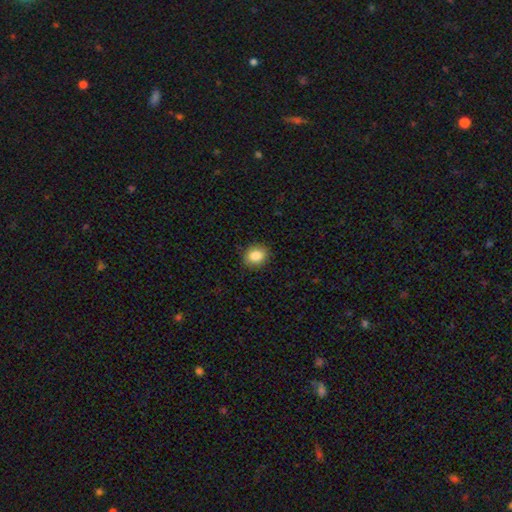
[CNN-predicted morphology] smooth-or-featured: smooth: 85% | star or artifact: 10% | featured or disk: 6%
  how-rounded: round: 70% | in between: 29% | cigar-shaped: 1%
  merging: none: 89% | minor disturbance: 8% | major disturbance: 2% | merger: 1%